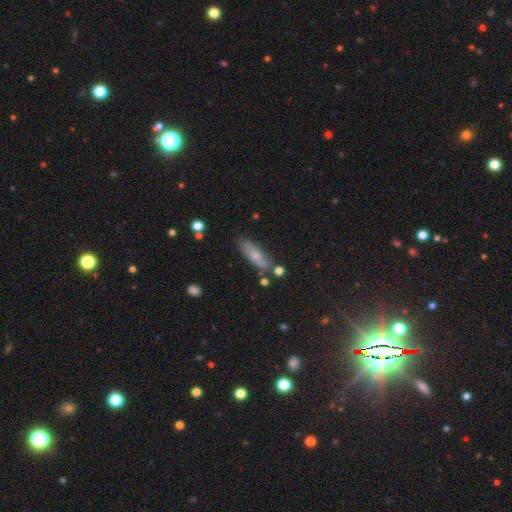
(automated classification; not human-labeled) Smooth or featured: smooth — 67% (featured or disk — 25%)
How rounded: cigar-shaped — 49% (in between — 48%)
Merging: none — 73% (minor disturbance — 18%)